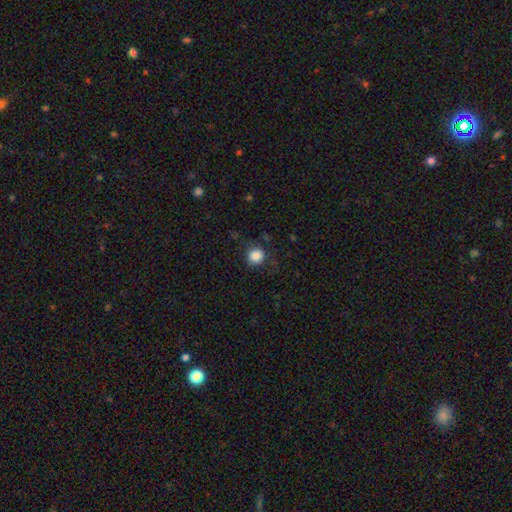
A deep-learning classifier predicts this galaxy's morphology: smooth_or_featured: smooth (p=0.85) [alt: star or artifact p=0.10]
how_rounded: round (p=0.88) [alt: in between p=0.11]
merging: none (p=0.83) [alt: minor disturbance p=0.12]